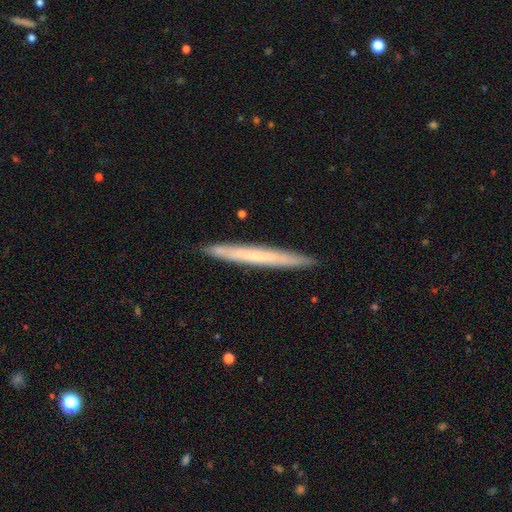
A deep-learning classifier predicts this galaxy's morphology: type=smooth (51%); roundness=cigar-shaped (97%); merging=none (91%).